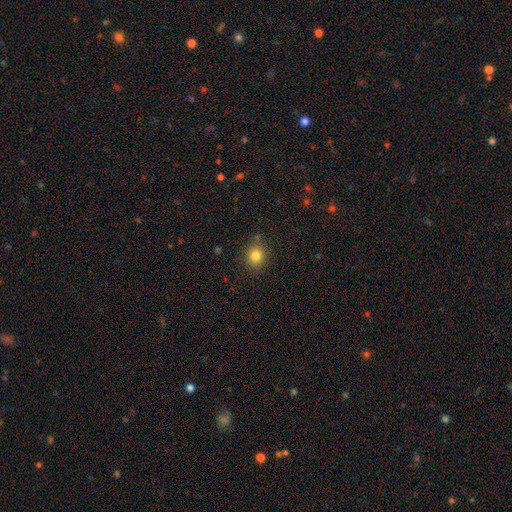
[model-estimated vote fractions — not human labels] A smooth galaxy with no disk features (82%) that is round (71%).

Vote fractions:
- Smooth or featured? smooth: 82% / star or artifact: 11% / featured or disk: 7%
- How rounded? round: 71% / in between: 28% / cigar-shaped: 1%
- Merging? none: 84% / minor disturbance: 11% / major disturbance: 3% / merger: 2%